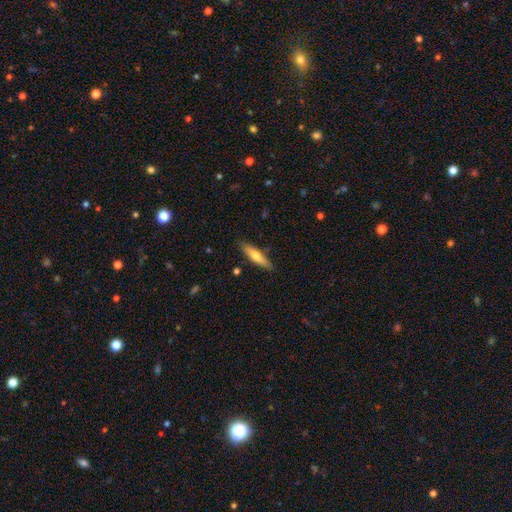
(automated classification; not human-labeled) This appears to be a smooth galaxy with no disk features (59%) that is cigar-shaped (76%). Merging: none (85%).